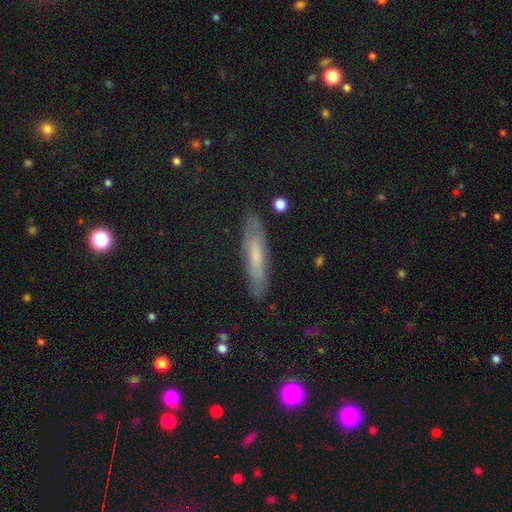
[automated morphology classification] smooth_or_featured: smooth (p=0.46) [alt: featured or disk p=0.40]
merging: none (p=0.84) [alt: minor disturbance p=0.12]